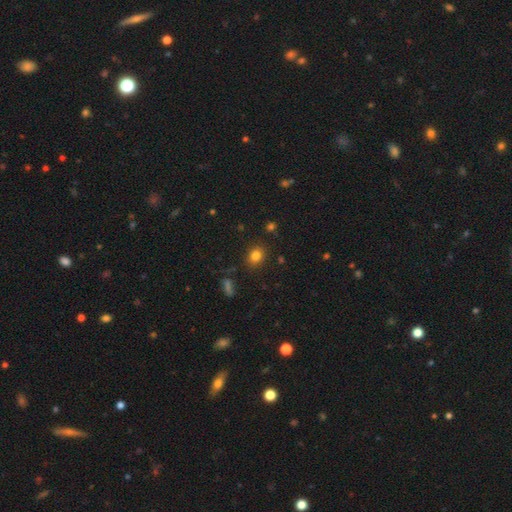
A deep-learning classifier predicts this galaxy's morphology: Smooth or featured? Predicted: smooth (p=0.81). How rounded? Predicted: round (p=0.57). Merging? Predicted: none (p=0.86).